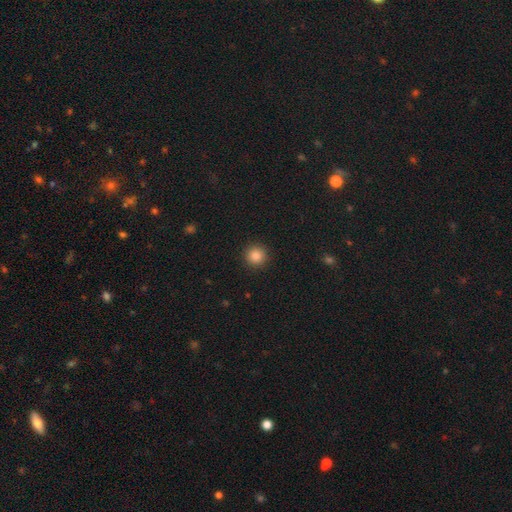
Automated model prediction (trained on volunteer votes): smooth 86%, star or artifact 10%, featured or disk 4%. Down the decision tree: how rounded — round (95%); merging — none (92%).